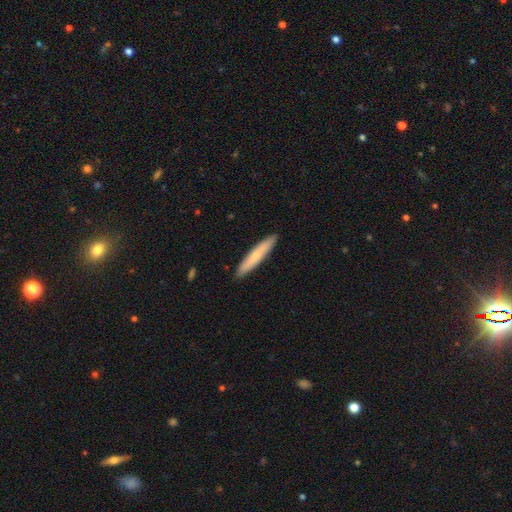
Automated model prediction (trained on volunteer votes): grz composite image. It shows a smooth galaxy with no disk features (69%) that is cigar-shaped (93%). Merging: none (91%).